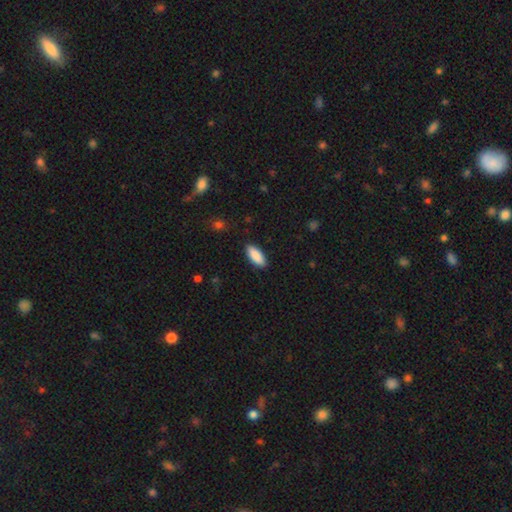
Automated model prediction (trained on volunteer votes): A smooth galaxy with no disk features (89%) that is in between round and cigar-shaped (79%). Merging: none (89%).